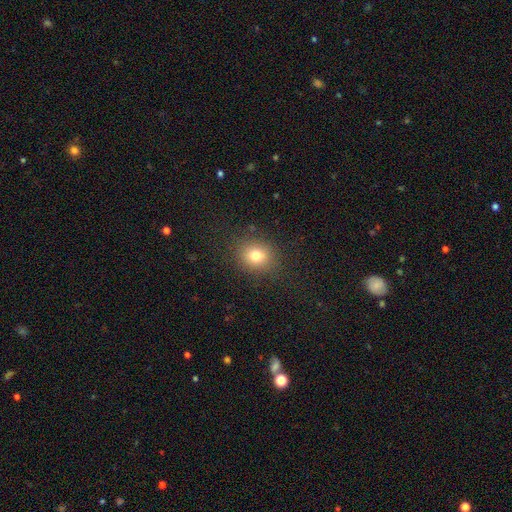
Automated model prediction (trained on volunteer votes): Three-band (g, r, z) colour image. It shows a smooth galaxy with no disk features (77%) that is round (72%). Merging: none (86%).